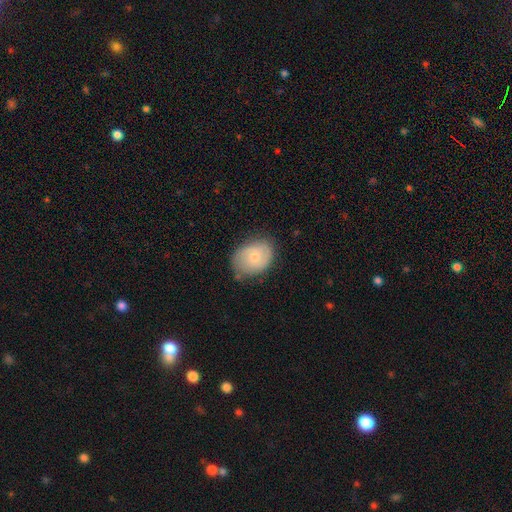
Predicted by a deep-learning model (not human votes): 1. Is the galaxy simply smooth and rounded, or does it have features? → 54% smooth, 39% featured or disk, 7% star or artifact.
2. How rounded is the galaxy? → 65% in between, 34% round, 1% cigar-shaped.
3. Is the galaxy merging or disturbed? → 71% none, 22% minor disturbance, 5% major disturbance, 2% merger.